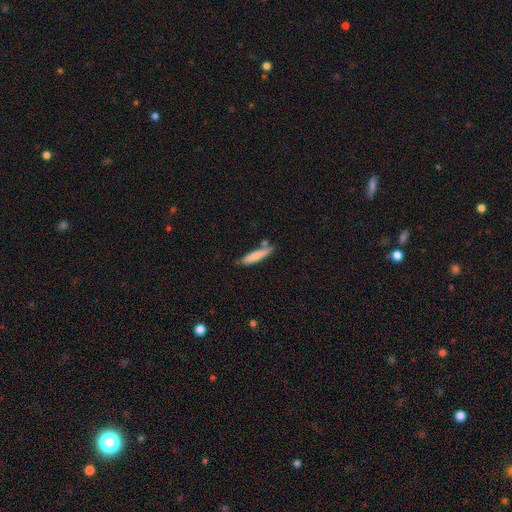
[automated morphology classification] smooth_or_featured: smooth (p=0.74) [alt: featured or disk p=0.20]
how_rounded: cigar-shaped (p=0.85) [alt: in between p=0.14]
merging: none (p=0.70) [alt: minor disturbance p=0.17]